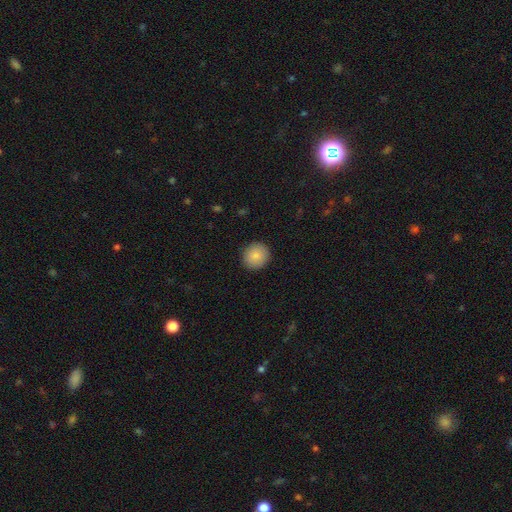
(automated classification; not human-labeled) Smooth or featured? Predicted: smooth (p=0.87). How rounded? Predicted: round (p=0.82). Merging? Predicted: none (p=0.91).